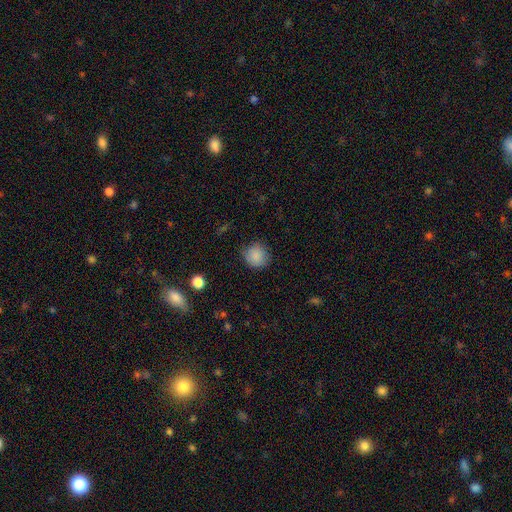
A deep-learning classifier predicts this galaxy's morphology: smooth_or_featured: smooth (p=0.86) [alt: star or artifact p=0.09]
how_rounded: round (p=0.87) [alt: in between p=0.12]
merging: none (p=0.77) [alt: minor disturbance p=0.18]